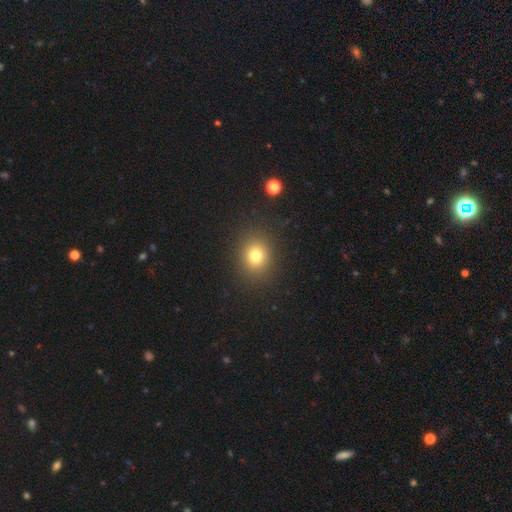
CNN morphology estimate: smooth 77%, star or artifact 15%, featured or disk 8%. Down the decision tree: how rounded — round (72%); merging — none (89%).